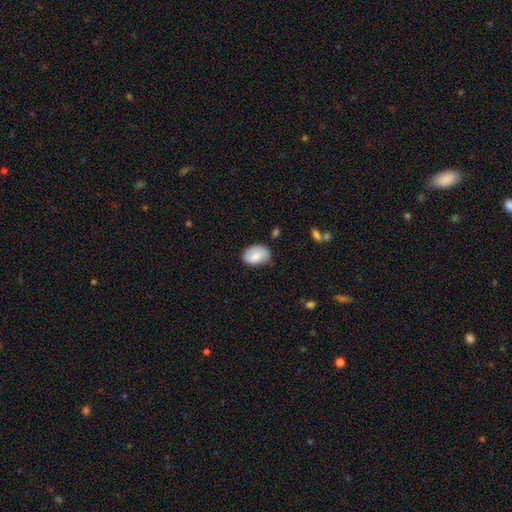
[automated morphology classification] Smooth or featured?
  - smooth: 75% *
  - featured or disk: 18%
  - star or artifact: 7%
How rounded?
  - in between: 85% *
  - round: 14%
  - cigar-shaped: 1%
Merging?
  - none: 68% *
  - minor disturbance: 25%
  - major disturbance: 5%
  - merger: 2%